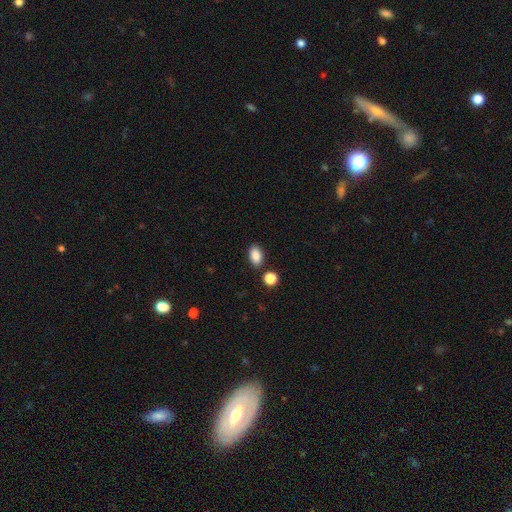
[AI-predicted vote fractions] Smooth or featured?
  - smooth: 87% *
  - star or artifact: 9%
  - featured or disk: 4%
How rounded?
  - in between: 88% *
  - round: 10%
  - cigar-shaped: 2%
Merging?
  - none: 83% *
  - minor disturbance: 10%
  - merger: 5%
  - major disturbance: 3%